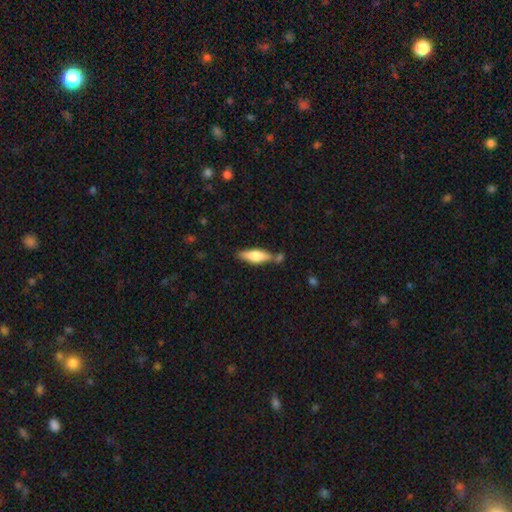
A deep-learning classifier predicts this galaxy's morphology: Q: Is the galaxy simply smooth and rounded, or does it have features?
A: smooth — 61%.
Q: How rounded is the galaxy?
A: in between — 51%.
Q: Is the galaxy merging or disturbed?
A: none — 66%.